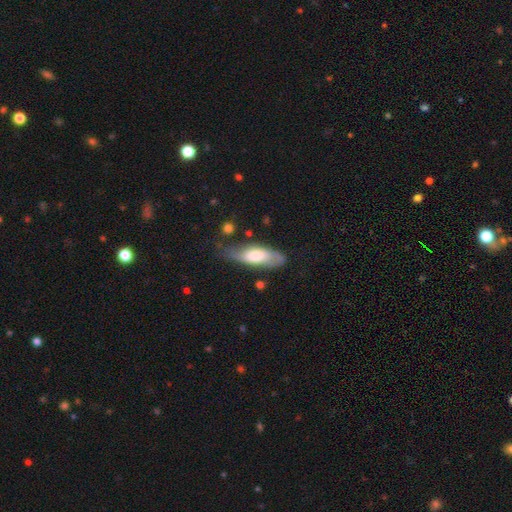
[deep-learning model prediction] Smooth or featured?
  - smooth: 64% *
  - featured or disk: 31%
  - star or artifact: 6%
How rounded?
  - in between: 67% *
  - cigar-shaped: 31%
  - round: 2%
Merging?
  - none: 58% *
  - minor disturbance: 29%
  - major disturbance: 9%
  - merger: 4%